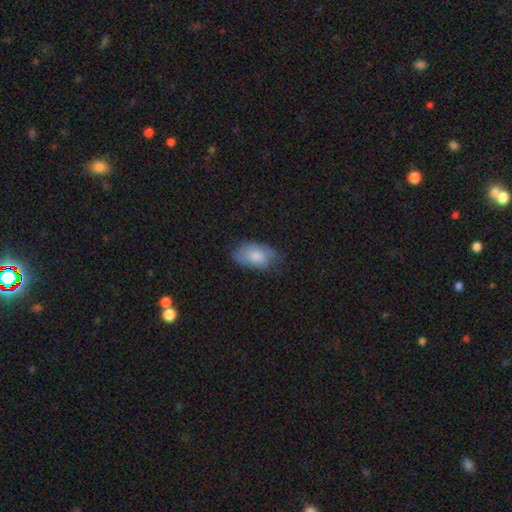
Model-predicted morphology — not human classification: The model was most divided on "merging": none: 55%, minor disturbance: 33%, major disturbance: 11%, merger: 1%. More confident: how rounded — in between (92%); smooth or featured — smooth (70%).